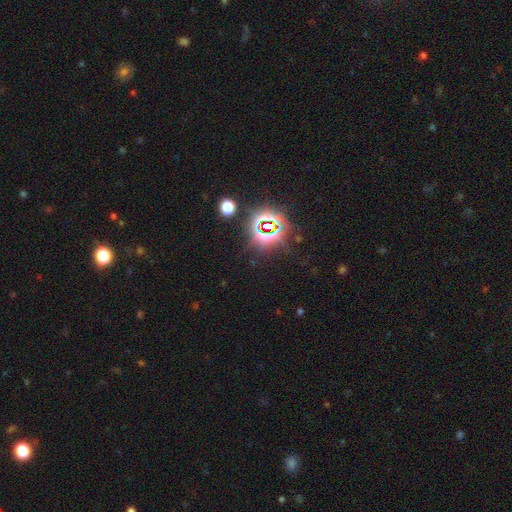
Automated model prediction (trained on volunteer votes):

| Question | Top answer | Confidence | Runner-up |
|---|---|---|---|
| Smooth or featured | star or artifact | 80% | smooth (13%) |